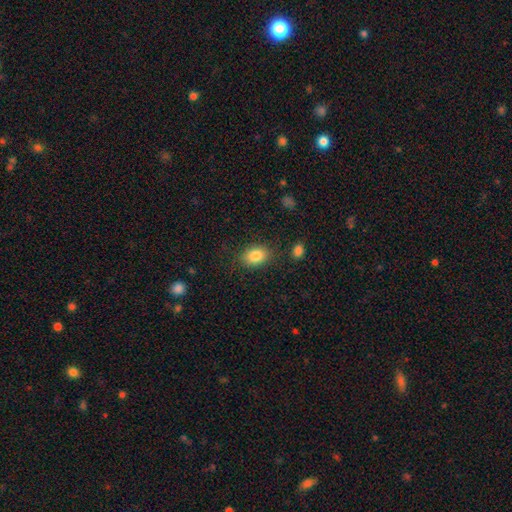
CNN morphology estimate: Q: Smooth or featured?
A: smooth (85%); runner-up: star or artifact (8%)
Q: How rounded?
A: in between (77%); runner-up: round (22%)
Q: Merging?
A: none (82%); runner-up: minor disturbance (12%)